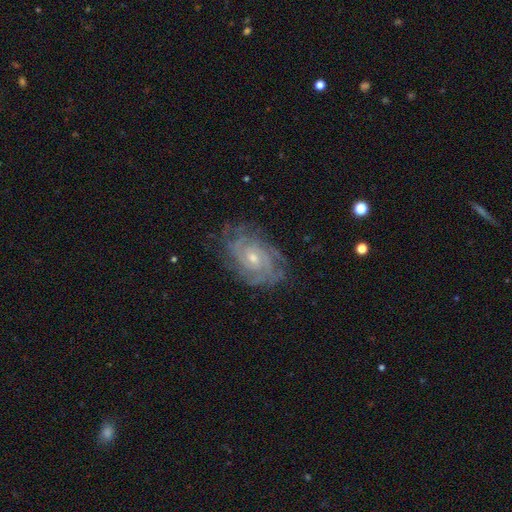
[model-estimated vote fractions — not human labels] This appears to be a featured or disk galaxy (74%) with no bar (75%), tight (68%) spiral arms (93%) and a small central bulge (62%). Merging: none (80%).